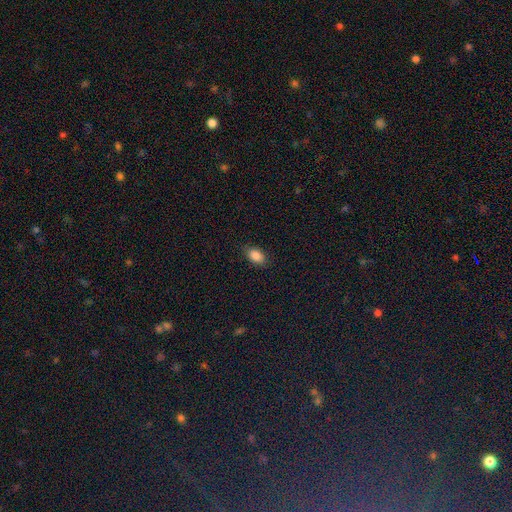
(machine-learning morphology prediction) Smooth or featured? smooth (87%)
How rounded? in between (89%)
Merging? none (86%)